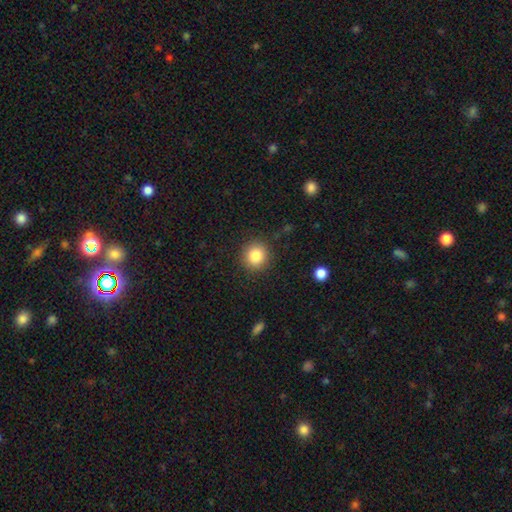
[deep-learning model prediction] Q: Smooth or featured?
A: smooth (84%); runner-up: star or artifact (10%)
Q: How rounded?
A: round (91%); runner-up: in between (8%)
Q: Merging?
A: none (89%); runner-up: minor disturbance (7%)